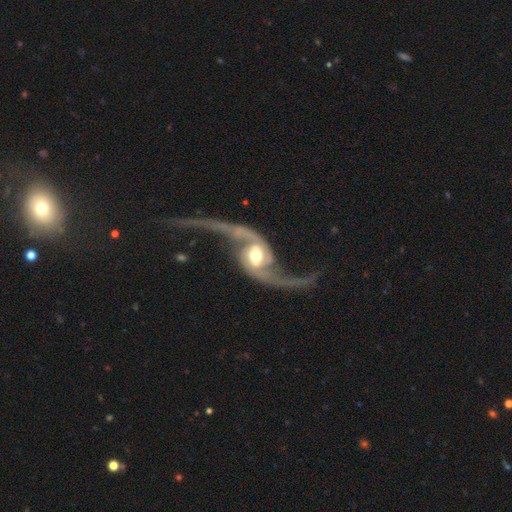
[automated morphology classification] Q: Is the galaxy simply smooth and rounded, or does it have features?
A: featured or disk — 92%.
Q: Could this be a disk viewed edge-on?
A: no — 95%.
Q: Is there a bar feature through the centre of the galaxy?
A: weak — 38%.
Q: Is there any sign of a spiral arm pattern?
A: yes — 96%.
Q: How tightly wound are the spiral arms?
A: loose — 89%.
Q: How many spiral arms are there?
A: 2 — 94%.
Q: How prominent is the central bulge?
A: moderate — 69%.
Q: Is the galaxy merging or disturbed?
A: none — 53%.